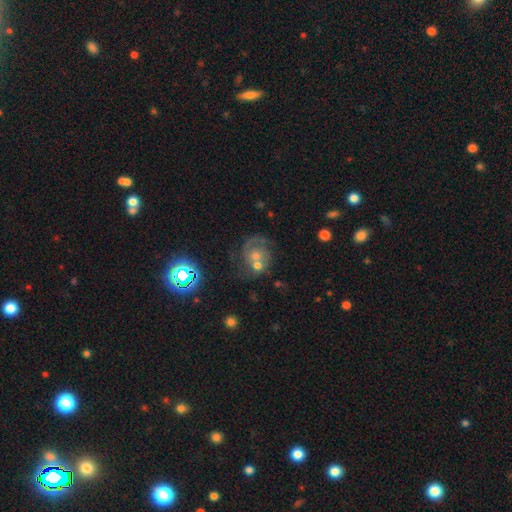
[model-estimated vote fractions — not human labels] A featured or disk galaxy (66%) with no bar (72%), 2 (44%) medium (43%) spiral arms (87%) and a moderate central bulge (49%).

Vote fractions:
- Smooth or featured? featured or disk: 66% / star or artifact: 18% / smooth: 16%
- Edge-on disk? no: 98% / yes: 2%
- Bar? no: 72% / weak: 24% / strong: 5%
- Spiral arms? yes: 87% / no: 13%
- Spiral winding? medium: 43% / tight: 40% / loose: 17%
- Spiral arm count? 2: 44% / 1: 31% / can't tell: 15% / 3: 5% / 4: 2% / more than 4: 2%
- Bulge size? moderate: 49% / small: 37% / none: 6% / large: 5% / dominant: 2%
- Merging? none: 44% / merger: 29% / minor disturbance: 14% / major disturbance: 13%